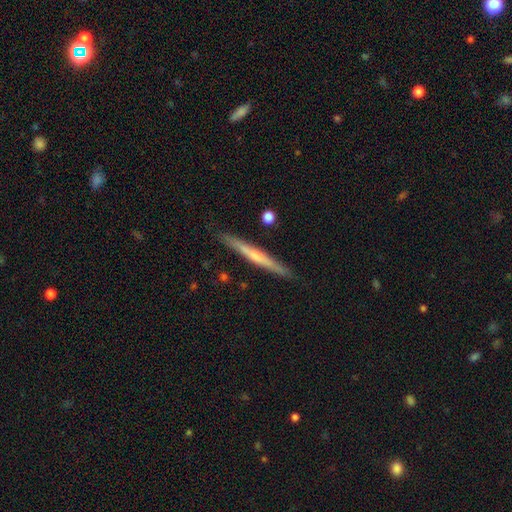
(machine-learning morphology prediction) featured or disk 61%, smooth 34%, star or artifact 6%. Down the decision tree: edge-on disk — yes (97%); edge-on bulge — rounded (49%); merging — none (90%).